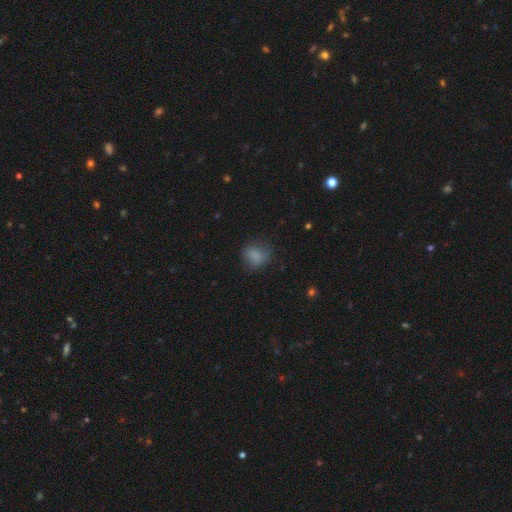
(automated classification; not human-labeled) Smooth or featured: smooth — 80% (star or artifact — 11%)
How rounded: round — 64% (in between — 34%)
Merging: none — 66% (minor disturbance — 23%)